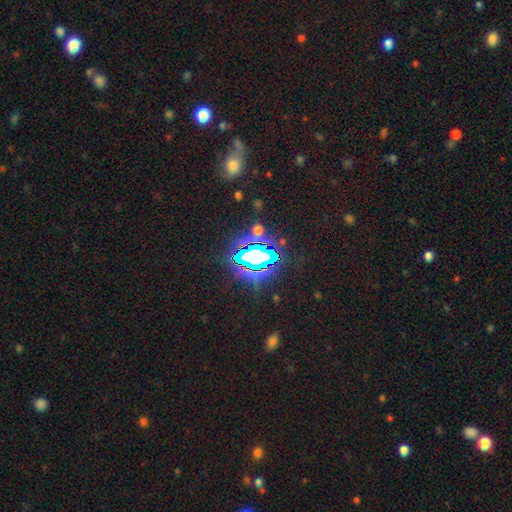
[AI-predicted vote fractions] This is likely a star or artifact rather than a galaxy (75%).